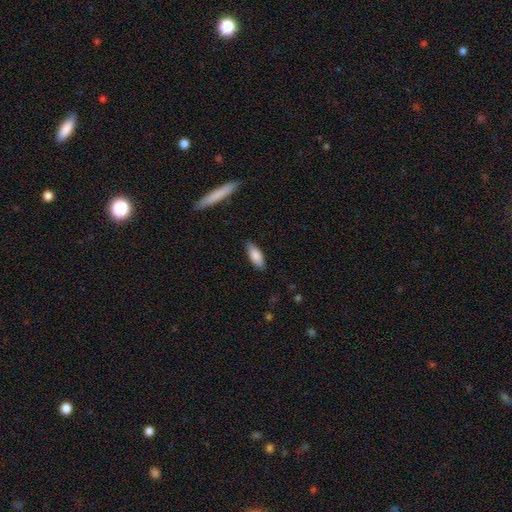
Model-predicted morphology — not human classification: This is clearly a smooth galaxy (83%). How rounded: likely in between (75%). Merging: clearly none (84%).